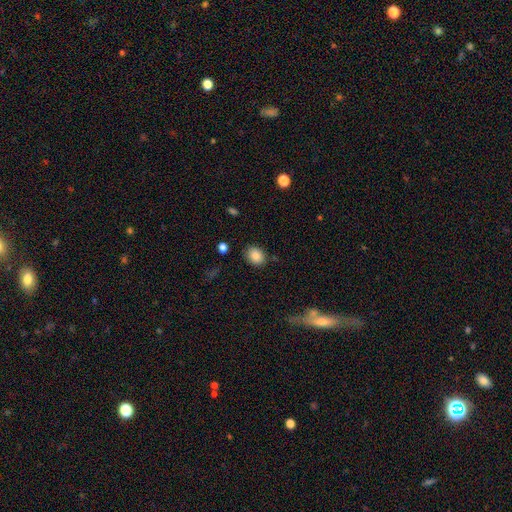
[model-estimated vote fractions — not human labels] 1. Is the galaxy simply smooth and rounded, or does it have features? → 87% smooth, 8% star or artifact, 4% featured or disk.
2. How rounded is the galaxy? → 57% in between, 42% round, 1% cigar-shaped.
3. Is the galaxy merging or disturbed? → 83% none, 12% minor disturbance, 3% major disturbance, 2% merger.